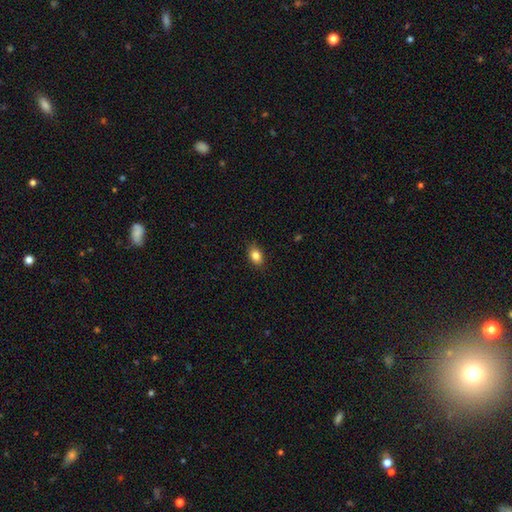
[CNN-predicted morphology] A smooth galaxy with no disk features (83%) that is in between round and cigar-shaped (79%).

Vote fractions:
- Smooth or featured? smooth: 83% / star or artifact: 9% / featured or disk: 8%
- How rounded? in between: 79% / round: 19% / cigar-shaped: 2%
- Merging? none: 87% / minor disturbance: 10% / major disturbance: 2% / merger: 1%